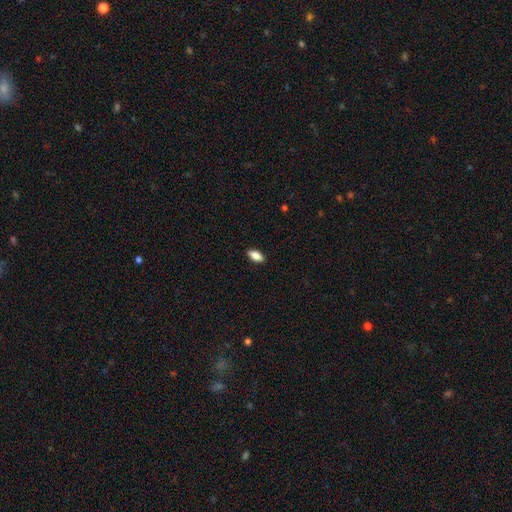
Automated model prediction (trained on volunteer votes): A smooth galaxy with no disk features (85%) that is in between round and cigar-shaped (88%).

Vote fractions:
- Smooth or featured? smooth: 85% / star or artifact: 7% / featured or disk: 7%
- How rounded? in between: 88% / cigar-shaped: 8% / round: 3%
- Merging? none: 89% / minor disturbance: 8% / major disturbance: 2% / merger: 1%